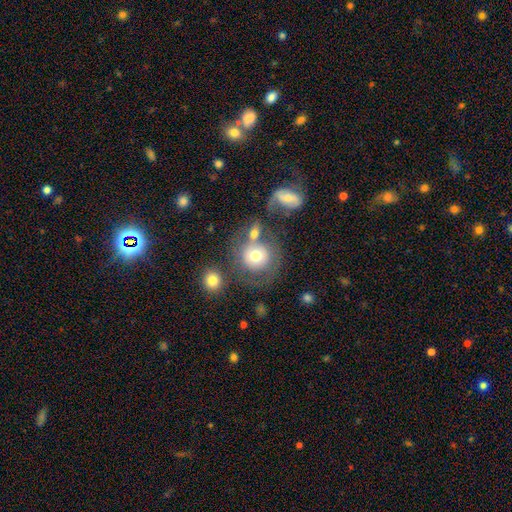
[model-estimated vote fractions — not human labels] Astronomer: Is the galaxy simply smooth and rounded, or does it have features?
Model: smooth — 63%.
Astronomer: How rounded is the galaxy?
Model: round — 85%.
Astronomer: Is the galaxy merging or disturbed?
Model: none — 45% (runner-up: merger, 27%).